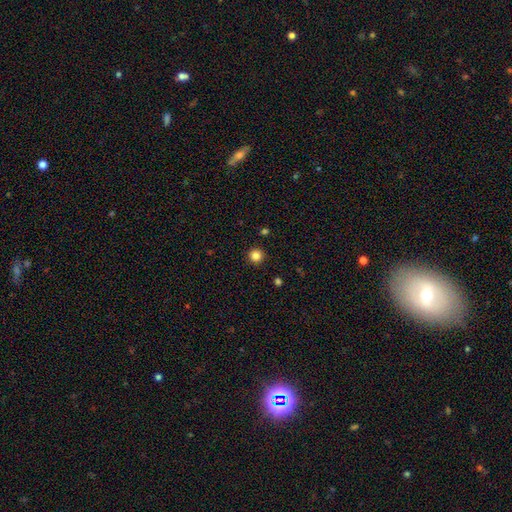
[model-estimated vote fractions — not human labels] Q: Smooth or featured?
A: smooth (84%); runner-up: star or artifact (12%)
Q: How rounded?
A: round (96%); runner-up: in between (3%)
Q: Merging?
A: none (93%); runner-up: minor disturbance (4%)